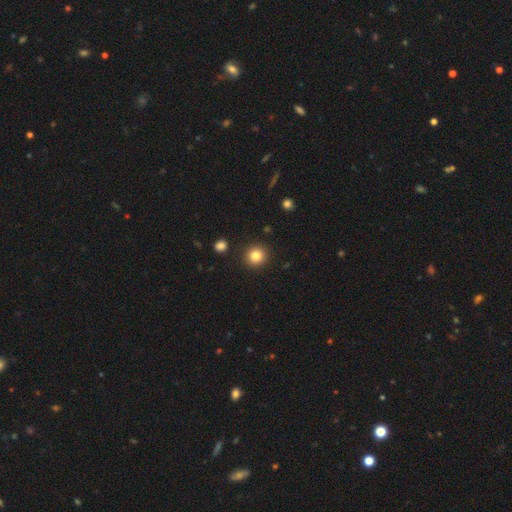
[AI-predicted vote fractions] Smooth or featured: smooth — 83% (star or artifact — 11%)
How rounded: round — 93% (in between — 6%)
Merging: none — 91% (minor disturbance — 5%)